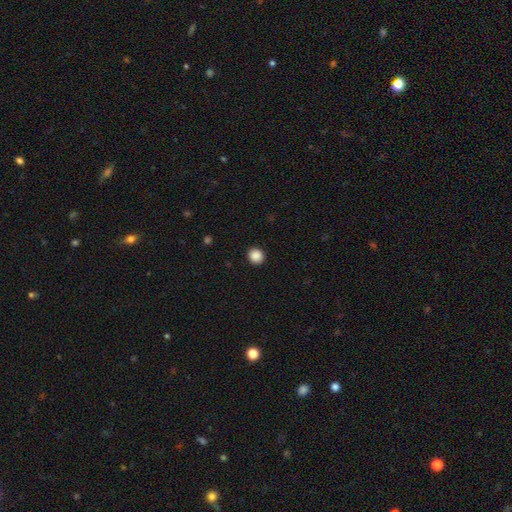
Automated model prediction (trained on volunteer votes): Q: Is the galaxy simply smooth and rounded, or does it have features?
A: smooth — 88%.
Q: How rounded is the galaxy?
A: round — 88%.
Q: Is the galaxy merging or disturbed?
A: none — 92%.